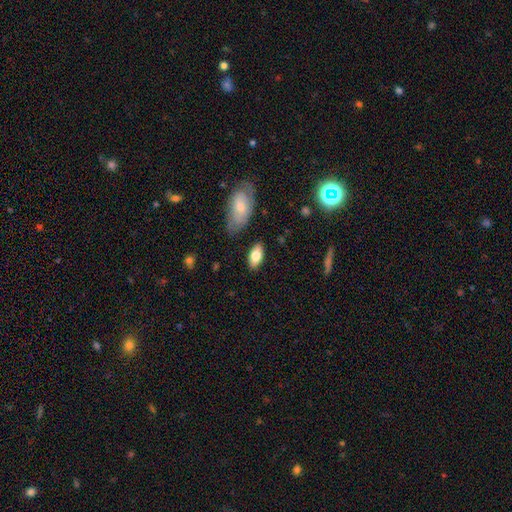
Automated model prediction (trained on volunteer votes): Smooth or featured?
  - smooth: 76% *
  - featured or disk: 17%
  - star or artifact: 6%
How rounded?
  - in between: 90% *
  - cigar-shaped: 6%
  - round: 3%
Merging?
  - none: 84% *
  - minor disturbance: 11%
  - major disturbance: 3%
  - merger: 2%